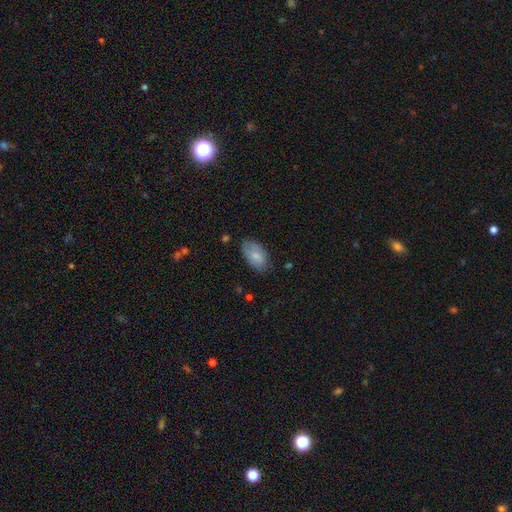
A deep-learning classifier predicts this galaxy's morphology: smooth-or-featured: smooth: 77% | featured or disk: 16% | star or artifact: 7%
  how-rounded: in between: 93% | round: 6% | cigar-shaped: 2%
  merging: none: 72% | minor disturbance: 22% | major disturbance: 5% | merger: 1%